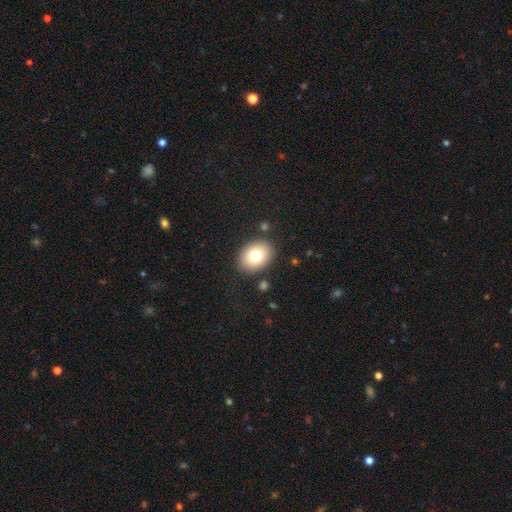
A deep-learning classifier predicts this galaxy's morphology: The model was most divided on "how rounded": in between: 65%, round: 34%, cigar-shaped: 1%. More confident: merging — none (85%); smooth or featured — smooth (77%).